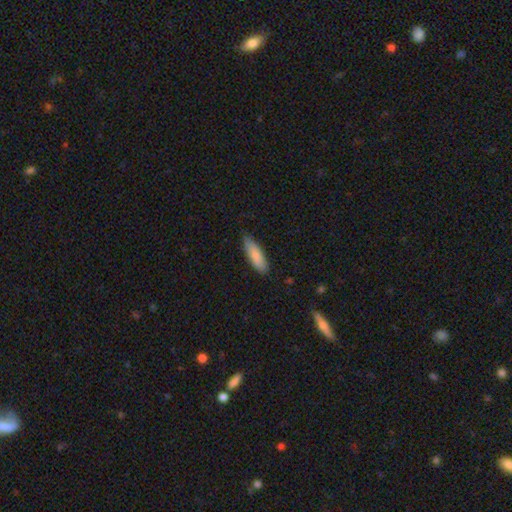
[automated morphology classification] This is clearly a smooth galaxy (84%). How rounded: possibly in between (50%). Merging: likely none (79%).